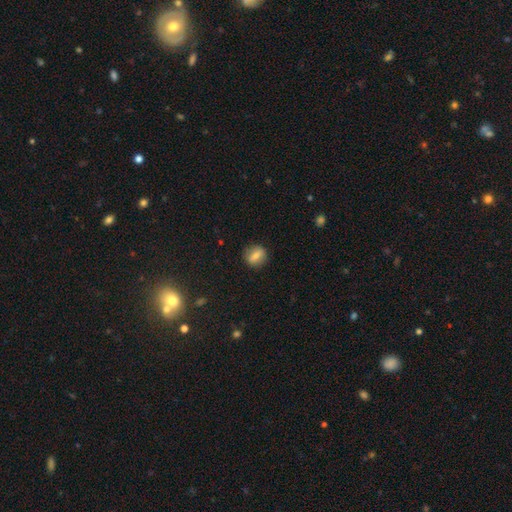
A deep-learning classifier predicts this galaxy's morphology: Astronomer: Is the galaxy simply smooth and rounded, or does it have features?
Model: smooth — 68%.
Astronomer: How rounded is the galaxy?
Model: round — 65%.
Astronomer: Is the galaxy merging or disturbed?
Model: none — 87%.